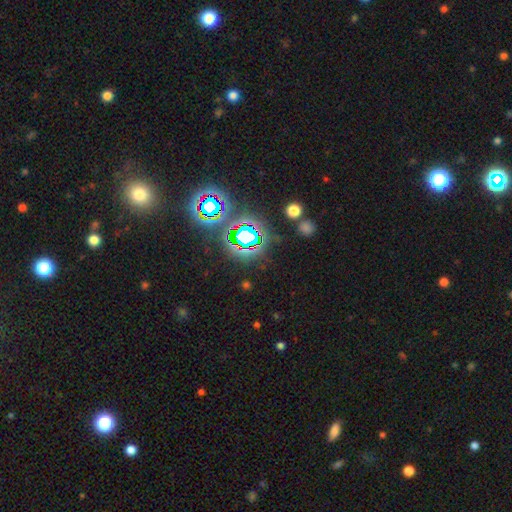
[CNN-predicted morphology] This is likely a star or artifact rather than a galaxy (78%).